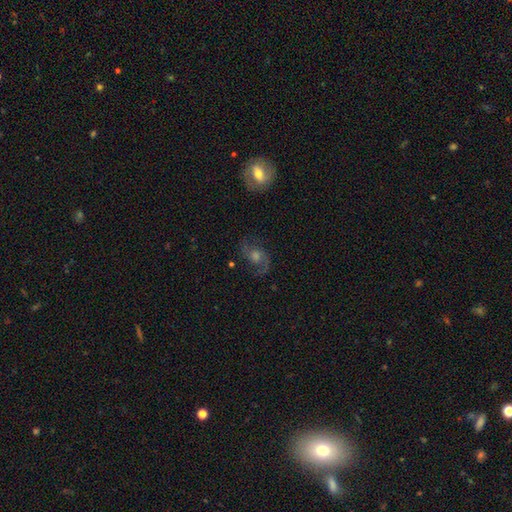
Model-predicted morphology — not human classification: Q: Smooth or featured?
A: featured or disk (73%); runner-up: smooth (14%)
Q: Edge-on disk?
A: no (96%); runner-up: yes (4%)
Q: Bar?
A: no (60%); runner-up: weak (33%)
Q: Spiral arms?
A: yes (94%); runner-up: no (6%)
Q: Spiral winding?
A: medium (50%); runner-up: loose (38%)
Q: Spiral arm count?
A: 2 (89%); runner-up: can't tell (4%)
Q: Bulge size?
A: moderate (53%); runner-up: large (22%)
Q: Merging?
A: none (74%); runner-up: minor disturbance (15%)